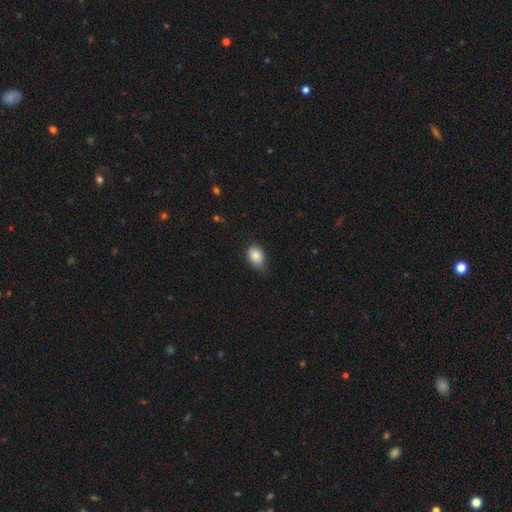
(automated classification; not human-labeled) A smooth galaxy with no disk features (85%) that is in between round and cigar-shaped (76%). Merging: none (60%).